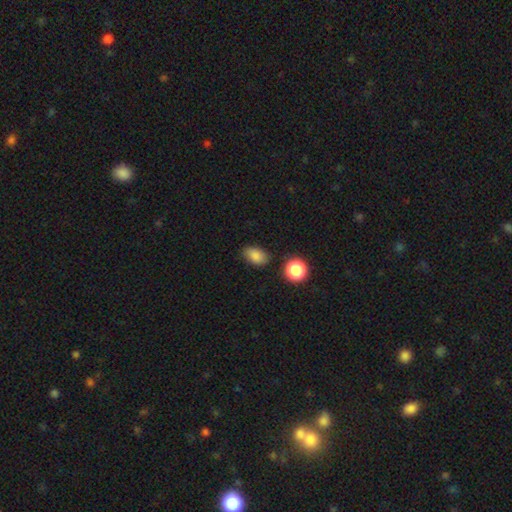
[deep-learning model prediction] Overall: smooth (84%). How rounded: in between (83%). Merging: none (79%).